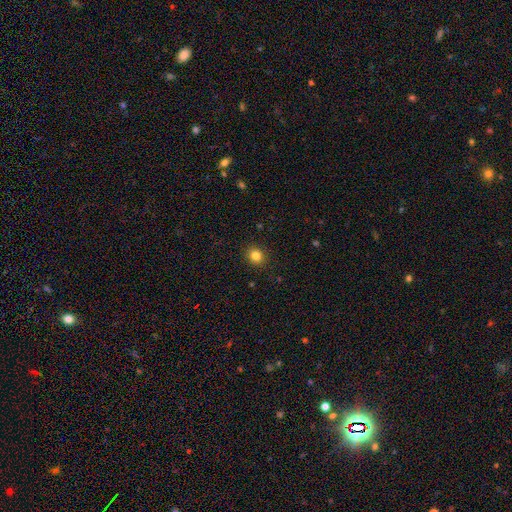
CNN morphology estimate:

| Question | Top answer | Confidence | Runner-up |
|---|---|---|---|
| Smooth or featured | smooth | 83% | star or artifact (12%) |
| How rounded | round | 85% | in between (15%) |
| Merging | none | 91% | minor disturbance (6%) |